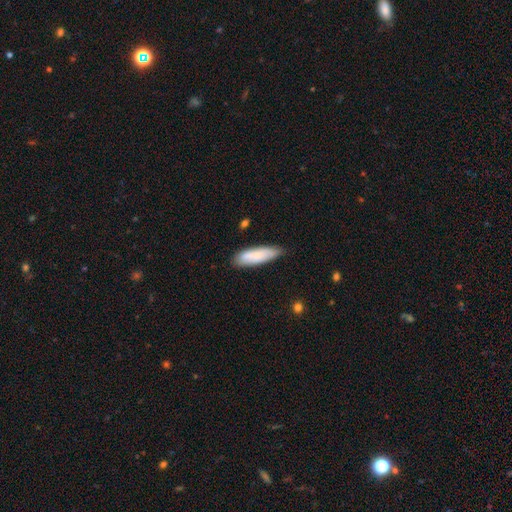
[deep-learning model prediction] Smooth or featured: smooth — 79% (featured or disk — 15%)
How rounded: in between — 50% (cigar-shaped — 48%)
Merging: none — 73% (minor disturbance — 21%)